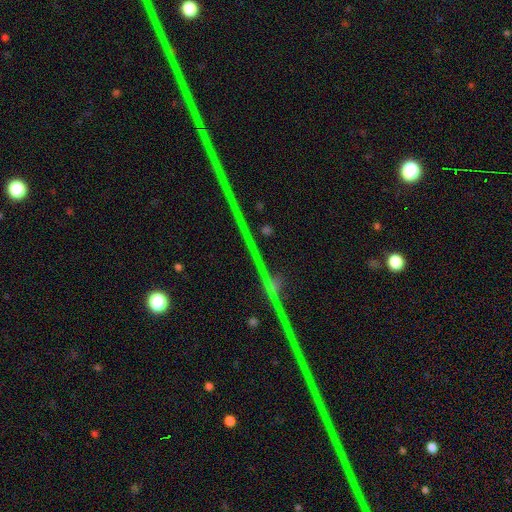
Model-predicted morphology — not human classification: This appears to be a star or artifact, not a galaxy (59%).